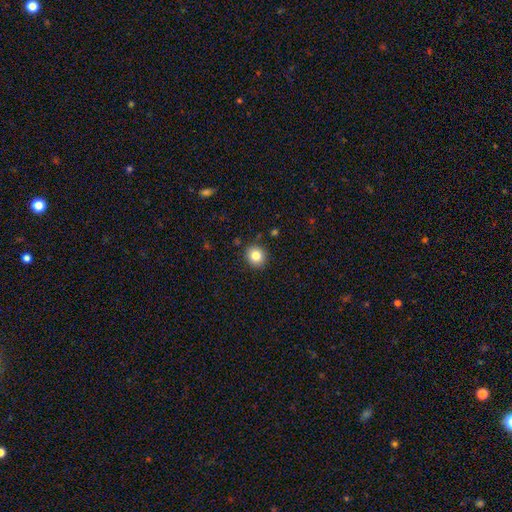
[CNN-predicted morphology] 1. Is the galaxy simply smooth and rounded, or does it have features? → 84% smooth, 10% star or artifact, 6% featured or disk.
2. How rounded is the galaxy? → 87% round, 13% in between, 1% cigar-shaped.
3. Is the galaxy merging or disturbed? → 90% none, 7% minor disturbance, 2% major disturbance, 2% merger.